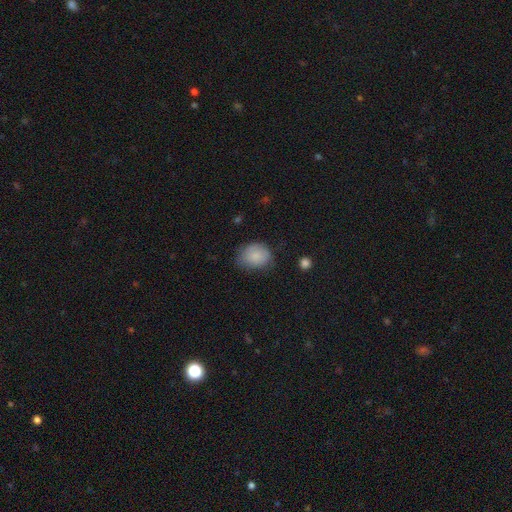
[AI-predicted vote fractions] A smooth galaxy with no disk features (85%) that is in between round and cigar-shaped (53%). Merging: none (62%).